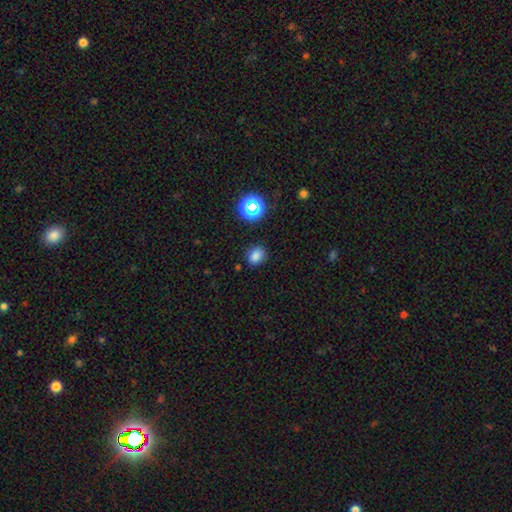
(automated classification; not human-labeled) Smooth or featured: smooth — 77% (star or artifact — 18%)
How rounded: in between — 52% (round — 47%)
Merging: none — 82% (minor disturbance — 12%)